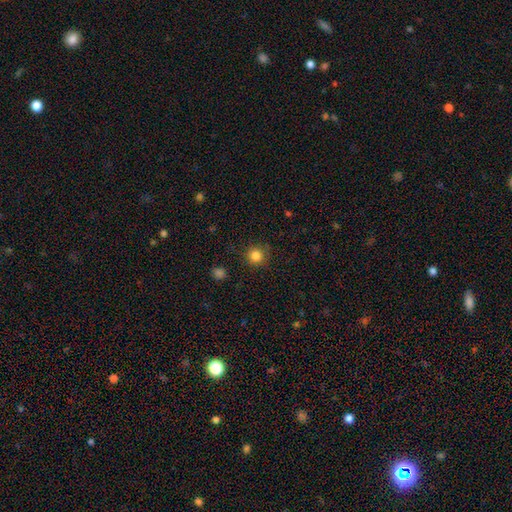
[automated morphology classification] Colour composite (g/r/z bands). It shows a smooth galaxy with no disk features (84%) that is round (93%). Merging: none (88%).